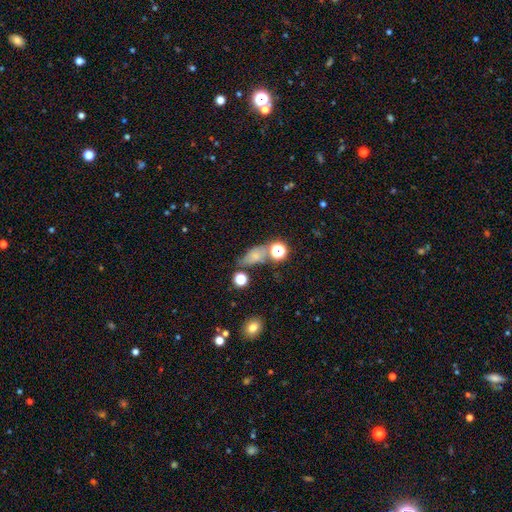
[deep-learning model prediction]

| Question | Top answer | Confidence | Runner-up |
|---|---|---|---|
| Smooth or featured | smooth | 59% | star or artifact (21%) |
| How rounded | in between | 66% | round (22%) |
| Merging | none | 50% | minor disturbance (21%) |